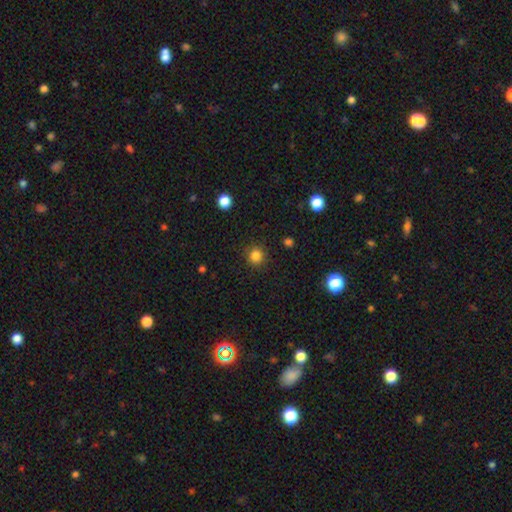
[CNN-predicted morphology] Smooth or featured: smooth — 83% (star or artifact — 13%)
How rounded: round — 92% (in between — 7%)
Merging: none — 89% (minor disturbance — 7%)